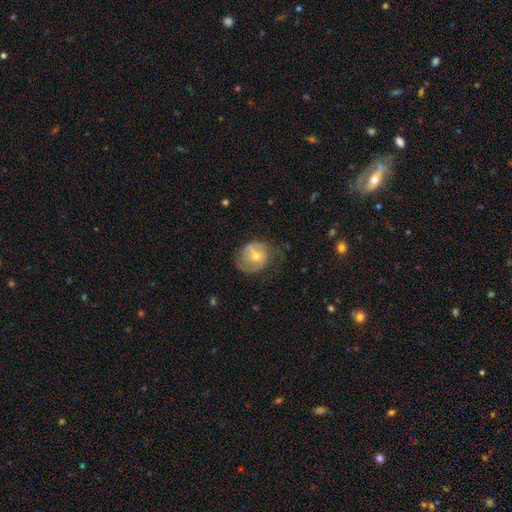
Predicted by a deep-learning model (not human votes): featured or disk 54%, smooth 39%, star or artifact 7%. Down the decision tree: edge-on disk — no (97%); bar — no (70%); spiral arms — yes (69%); bulge size — moderate (53%); merging — none (49%).